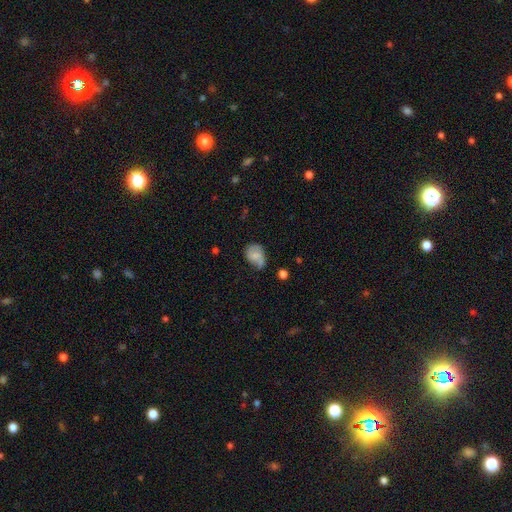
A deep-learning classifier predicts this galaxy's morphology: A smooth galaxy with no disk features (58%) that is in between round and cigar-shaped (61%).

Vote fractions:
- Smooth or featured? smooth: 58% / featured or disk: 34% / star or artifact: 9%
- How rounded? in between: 61% / round: 38% / cigar-shaped: 1%
- Merging? none: 40% / minor disturbance: 37% / major disturbance: 17% / merger: 6%